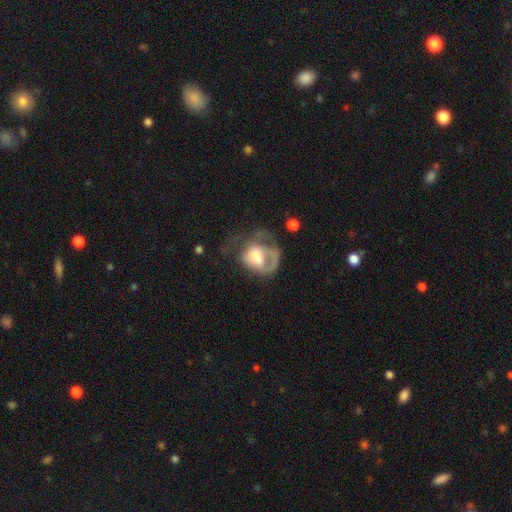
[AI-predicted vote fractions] A featured or disk galaxy (55%) with no bar (66%), no spiral arms (52%) and a moderate central bulge (46%).

Vote fractions:
- Smooth or featured? featured or disk: 55% / smooth: 38% / star or artifact: 8%
- Edge-on disk? no: 97% / yes: 3%
- Bar? no: 66% / weak: 27% / strong: 7%
- Spiral arms? no: 52% / yes: 48%
- Bulge size? moderate: 46% / large: 24% / small: 18% / none: 9% / dominant: 3%
- Merging? major disturbance: 54% / none: 23% / minor disturbance: 18% / merger: 5%